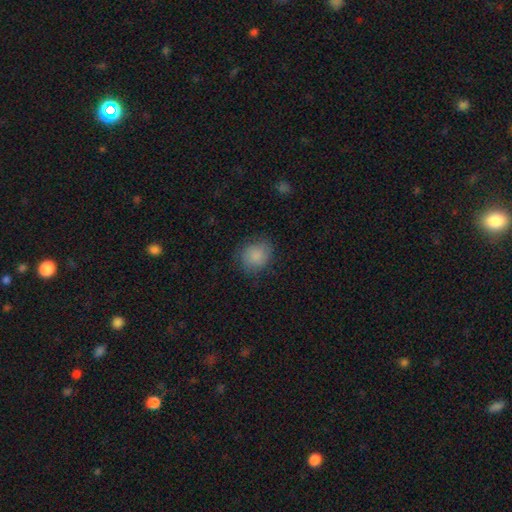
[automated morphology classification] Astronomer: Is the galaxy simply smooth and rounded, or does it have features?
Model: smooth — 85%.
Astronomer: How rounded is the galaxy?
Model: round — 74%.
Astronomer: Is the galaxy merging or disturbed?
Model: none — 77%.